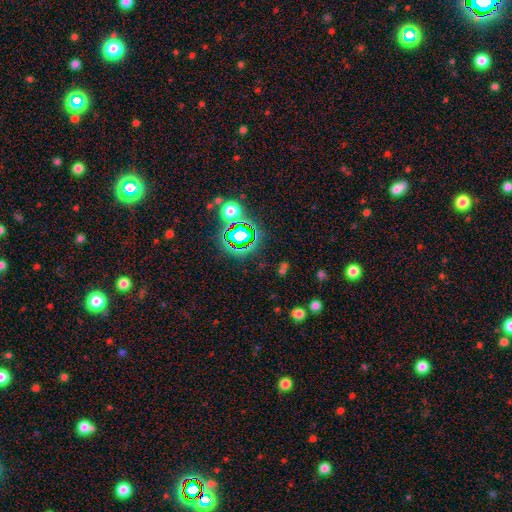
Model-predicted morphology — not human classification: Smooth or featured? Predicted: star or artifact (p=0.74).